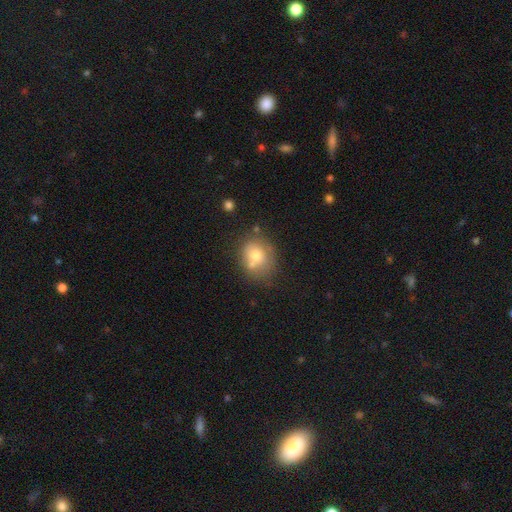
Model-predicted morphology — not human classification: smooth-or-featured: smooth: 68% | featured or disk: 23% | star or artifact: 9%
  how-rounded: round: 61% | in between: 38% | cigar-shaped: 1%
  merging: none: 47% | merger: 25% | minor disturbance: 20% | major disturbance: 8%